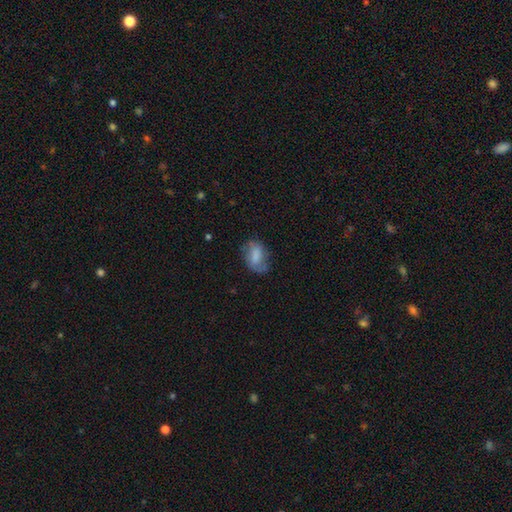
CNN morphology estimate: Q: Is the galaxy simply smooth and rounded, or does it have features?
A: smooth — 62%.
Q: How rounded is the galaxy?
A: in between — 85%.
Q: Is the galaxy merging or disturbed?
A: none — 56%.